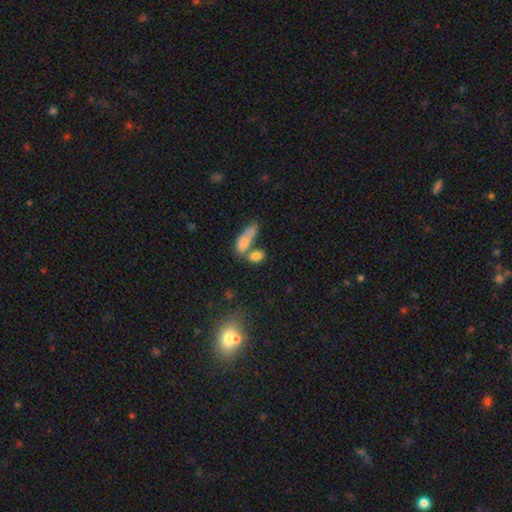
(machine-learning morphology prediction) A smooth galaxy with no disk features (78%) that is in between round and cigar-shaped (78%).

Vote fractions:
- Smooth or featured? smooth: 78% / featured or disk: 11% / star or artifact: 10%
- How rounded? in between: 78% / cigar-shaped: 12% / round: 10%
- Merging? none: 42% / merger: 40% / minor disturbance: 12% / major disturbance: 6%